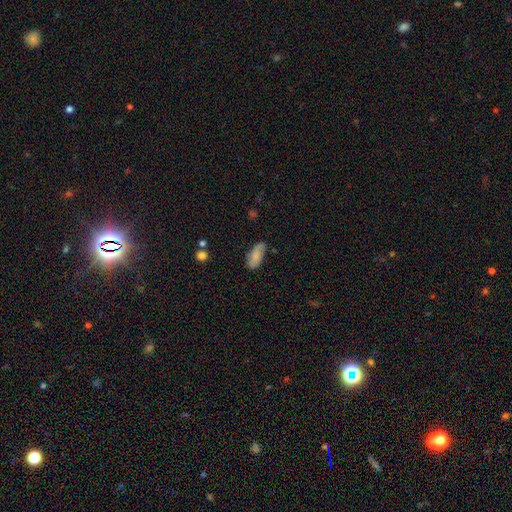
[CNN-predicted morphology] This is likely a smooth galaxy (75%). How rounded: clearly in between (86%). Merging: likely none (67%).